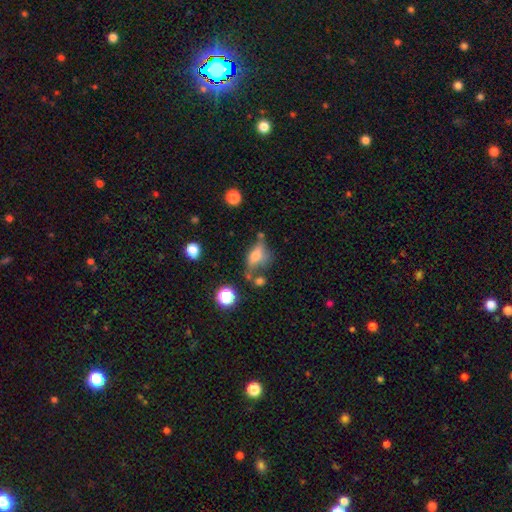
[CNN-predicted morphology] smooth 55%, featured or disk 32%, star or artifact 14%. Down the decision tree: how rounded — in between (71%); merging — none (42%).